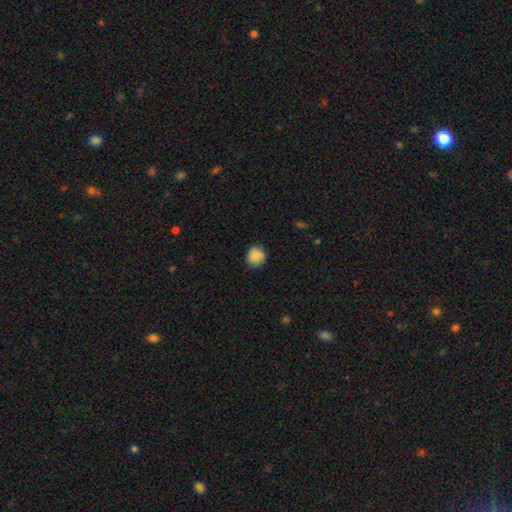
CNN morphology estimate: type=smooth (87%); roundness=round (88%); merging=none (77%).